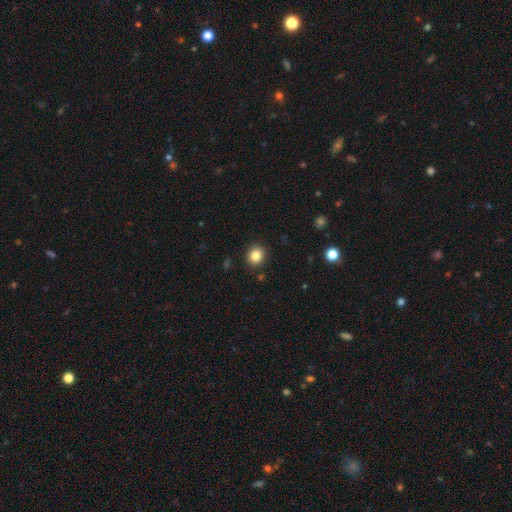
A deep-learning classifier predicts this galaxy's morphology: This is clearly a smooth galaxy (84%). How rounded: likely round (74%). Merging: clearly none (90%).